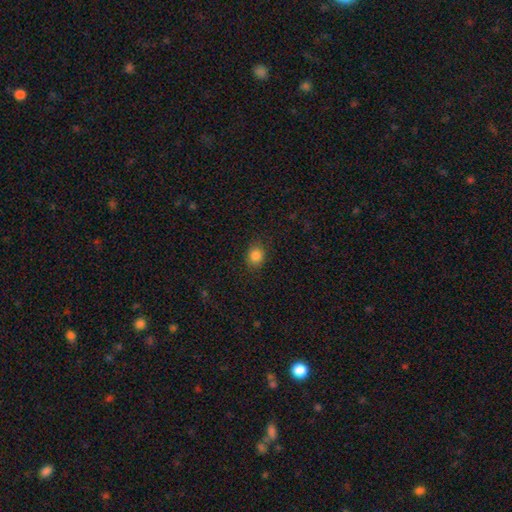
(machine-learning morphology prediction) This is clearly a smooth galaxy (85%). How rounded: likely round (69%). Merging: clearly none (86%).